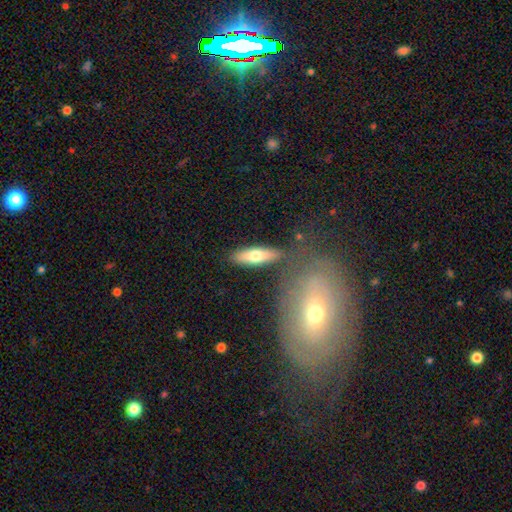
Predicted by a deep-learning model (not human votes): The model was most divided on "how rounded": cigar-shaped: 52%, in between: 46%, round: 2%. More confident: merging — none (81%); smooth or featured — smooth (66%).